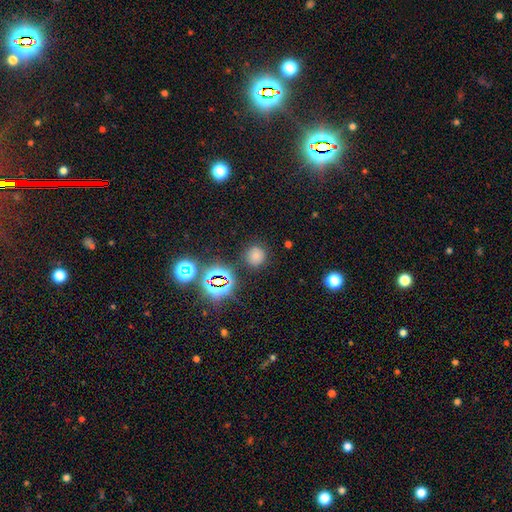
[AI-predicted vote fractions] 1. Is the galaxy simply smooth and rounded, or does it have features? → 68% smooth, 25% star or artifact, 6% featured or disk.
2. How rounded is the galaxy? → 89% round, 10% in between, 1% cigar-shaped.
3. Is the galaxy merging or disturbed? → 84% none, 9% minor disturbance, 4% major disturbance, 3% merger.